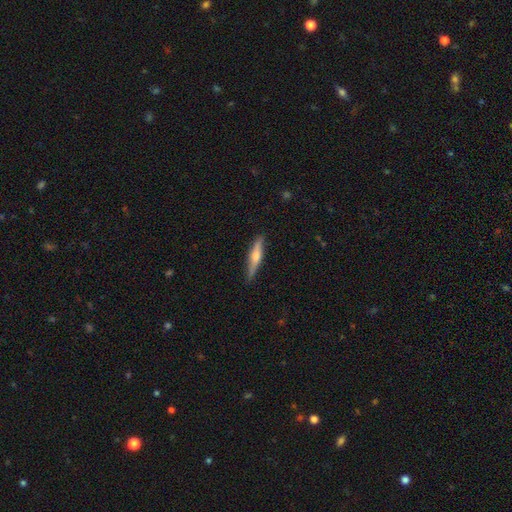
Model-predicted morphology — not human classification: Q: Smooth or featured?
A: featured or disk (59%); runner-up: smooth (35%)
Q: Edge-on disk?
A: yes (96%); runner-up: no (4%)
Q: Edge-on bulge?
A: rounded (88%); runner-up: none (6%)
Q: Merging?
A: none (88%); runner-up: minor disturbance (9%)